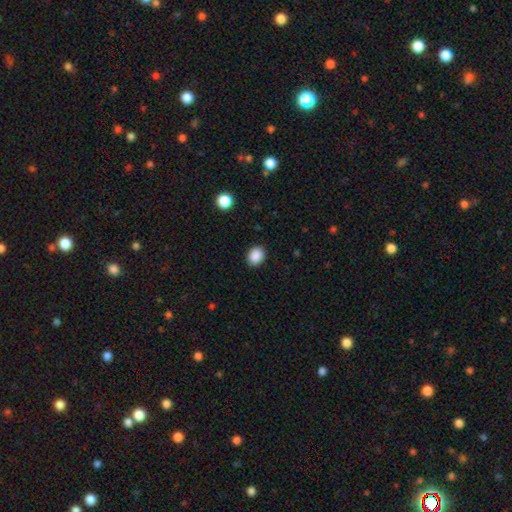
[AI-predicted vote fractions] Overall: smooth (88%). How rounded: round (56%; in between 43%). Merging: none (89%).